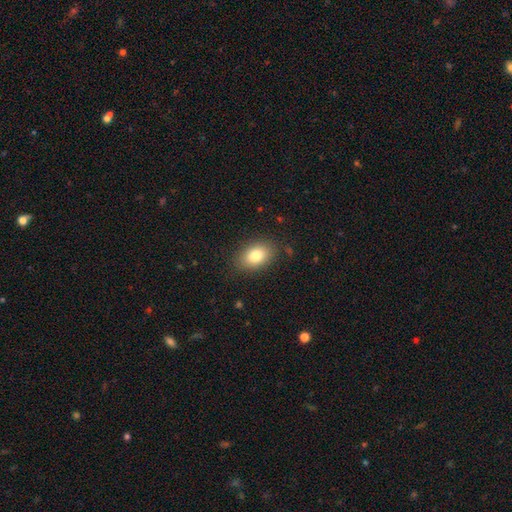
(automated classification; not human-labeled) Smooth or featured: smooth — 81% (featured or disk — 10%)
How rounded: in between — 84% (round — 15%)
Merging: none — 84% (minor disturbance — 11%)